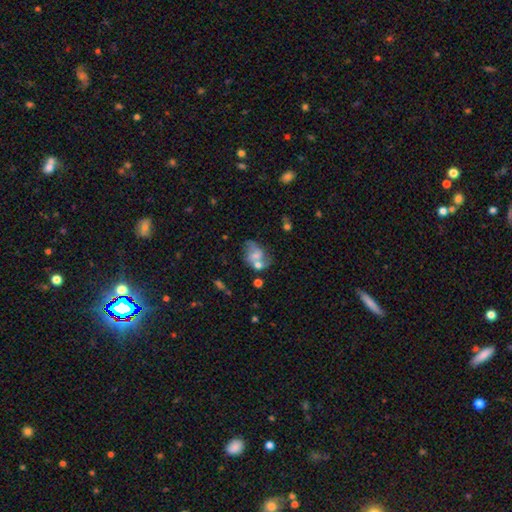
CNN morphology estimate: type=featured or disk (50%); merging=merger (35%).